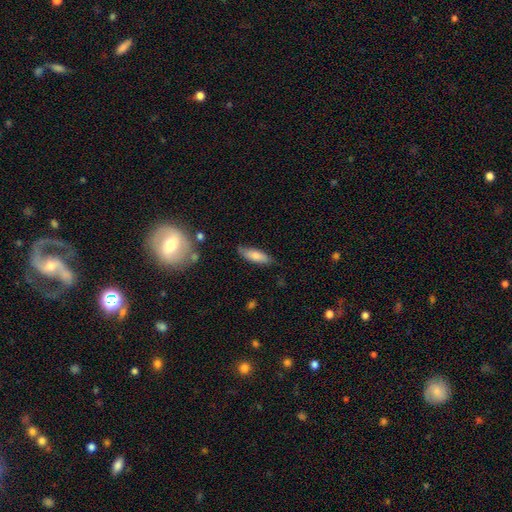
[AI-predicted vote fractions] Overall: smooth (75%). How rounded: cigar-shaped (51%; in between 47%). Merging: none (77%).